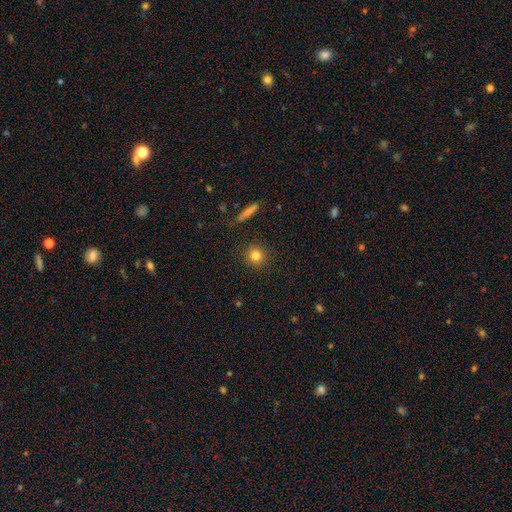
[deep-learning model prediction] Smooth or featured? smooth (81%)
How rounded? round (91%)
Merging? none (90%)